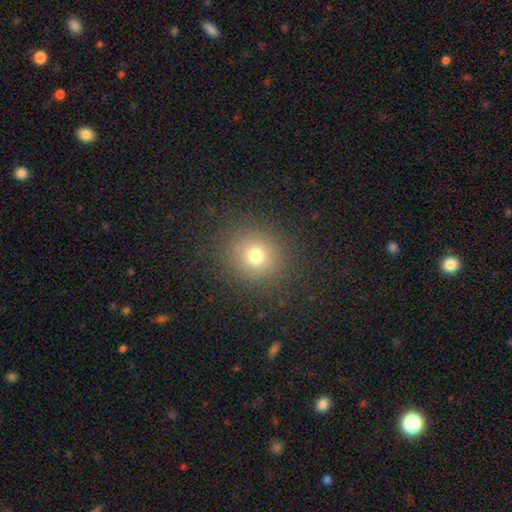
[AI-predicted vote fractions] Smooth or featured? smooth (74%)
How rounded? round (89%)
Merging? none (88%)